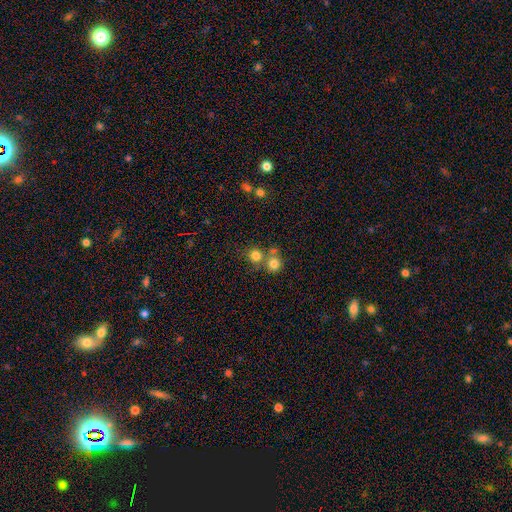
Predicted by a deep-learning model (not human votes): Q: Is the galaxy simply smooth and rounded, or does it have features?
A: smooth — 78%.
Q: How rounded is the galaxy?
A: round — 91%.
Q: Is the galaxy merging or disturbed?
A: none — 59%.